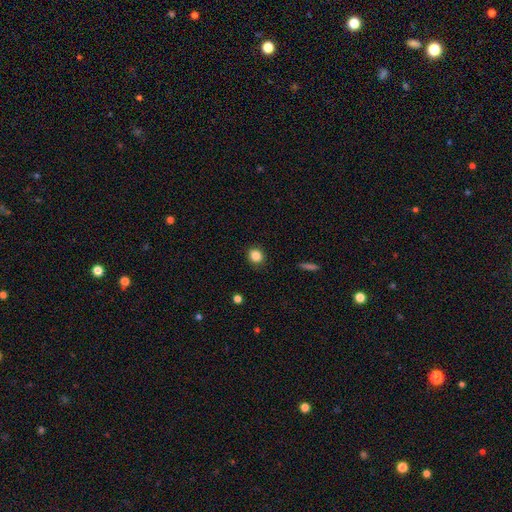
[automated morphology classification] Overall: smooth (85%). How rounded: round (82%). Merging: none (90%).